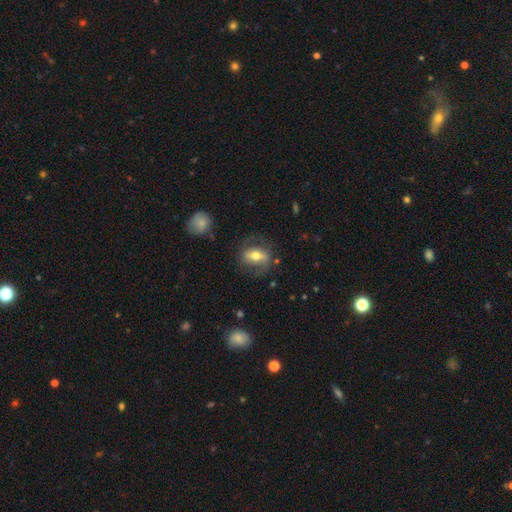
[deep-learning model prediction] Morphology: type=featured or disk (47%); merging=none (68%).